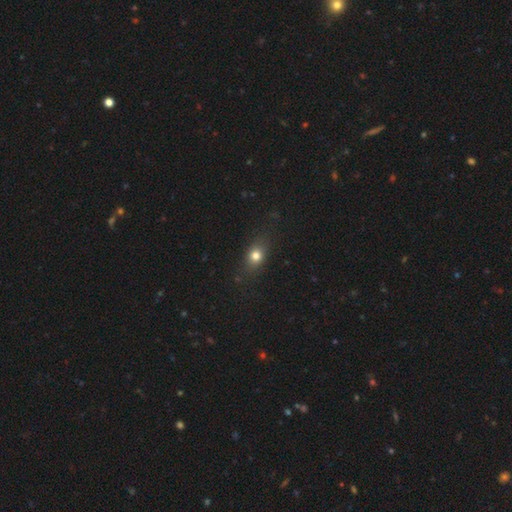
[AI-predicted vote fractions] smooth 63%, star or artifact 23%, featured or disk 14%. Down the decision tree: how rounded — in between (52%); merging — none (83%).